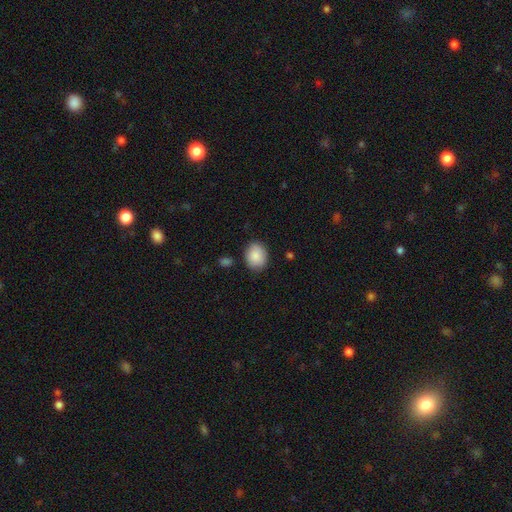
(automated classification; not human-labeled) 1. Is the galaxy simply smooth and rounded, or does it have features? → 88% smooth, 7% star or artifact, 5% featured or disk.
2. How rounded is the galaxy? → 52% round, 47% in between, 1% cigar-shaped.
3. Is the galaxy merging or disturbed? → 84% none, 11% minor disturbance, 3% major disturbance, 2% merger.